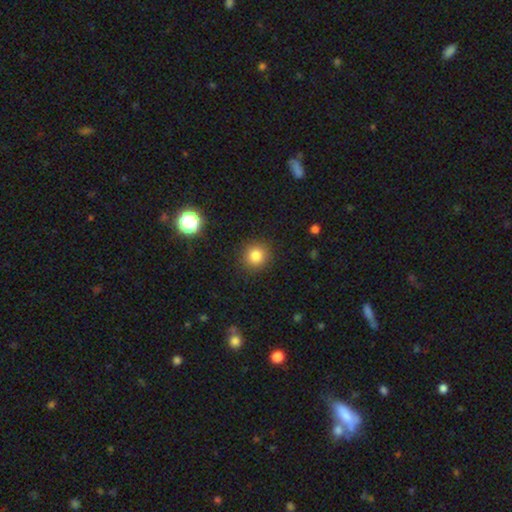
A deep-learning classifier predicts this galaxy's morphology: Q: Smooth or featured?
A: smooth (82%); runner-up: star or artifact (12%)
Q: How rounded?
A: round (92%); runner-up: in between (7%)
Q: Merging?
A: none (90%); runner-up: minor disturbance (7%)